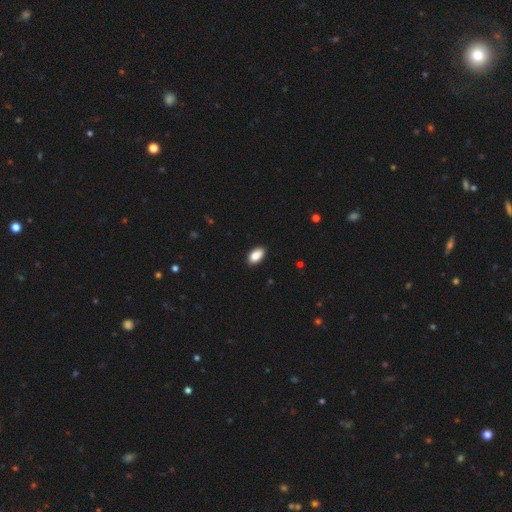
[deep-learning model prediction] Morphology: type=smooth (87%); roundness=in between (94%); merging=none (89%).